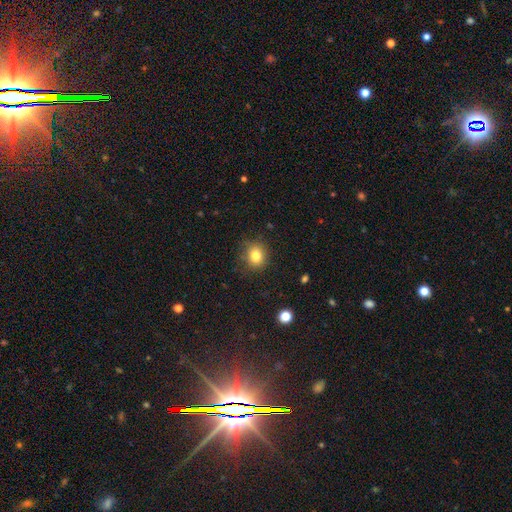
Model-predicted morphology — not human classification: Overall: smooth (81%). How rounded: round (79%). Merging: none (83%).